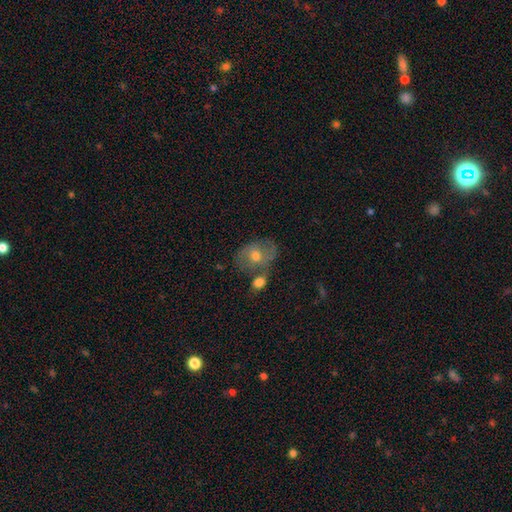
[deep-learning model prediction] This appears to be a featured or disk galaxy (45%). Merging: none (54%).